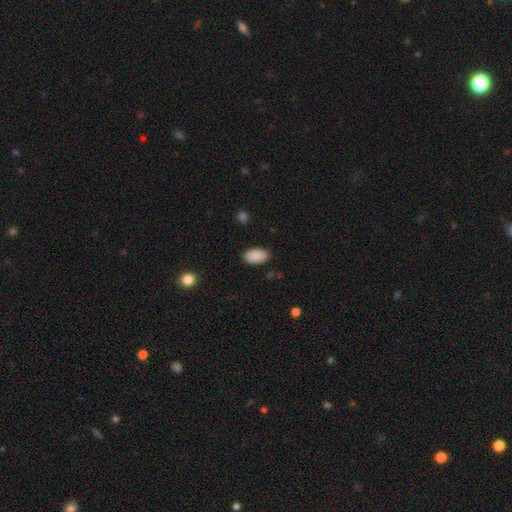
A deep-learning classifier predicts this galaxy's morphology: The model was most divided on "merging": none: 88%, minor disturbance: 9%, major disturbance: 2%, merger: 1%. More confident: how rounded — in between (94%); smooth or featured — smooth (90%).